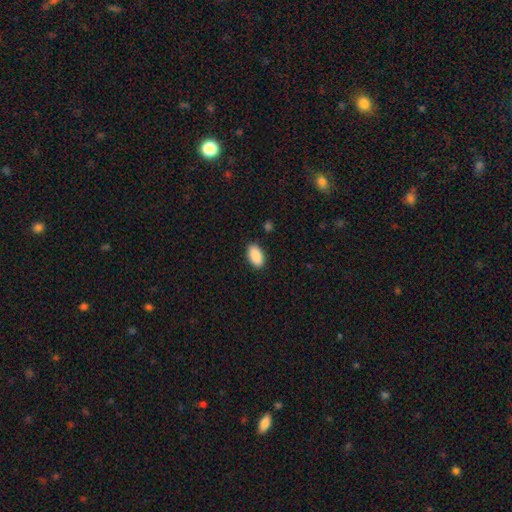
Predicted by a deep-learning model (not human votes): The model was most divided on "merging": none: 88%, minor disturbance: 9%, major disturbance: 2%, merger: 1%. More confident: how rounded — in between (94%); smooth or featured — smooth (91%).